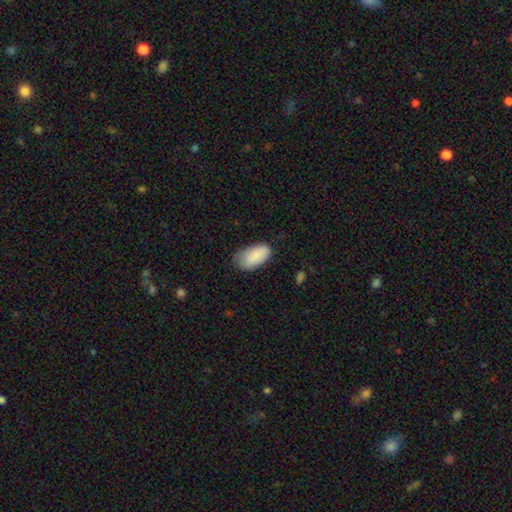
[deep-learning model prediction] Smooth or featured: smooth — 88% (star or artifact — 6%)
How rounded: in between — 95% (cigar-shaped — 3%)
Merging: none — 60% (minor disturbance — 32%)